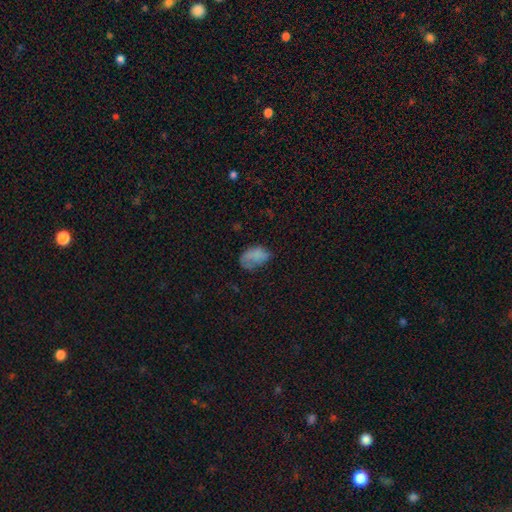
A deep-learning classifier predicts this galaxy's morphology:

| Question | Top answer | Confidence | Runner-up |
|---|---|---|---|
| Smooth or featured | smooth | 70% | featured or disk (17%) |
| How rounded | in between | 86% | round (12%) |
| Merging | none | 42% | minor disturbance (31%) |